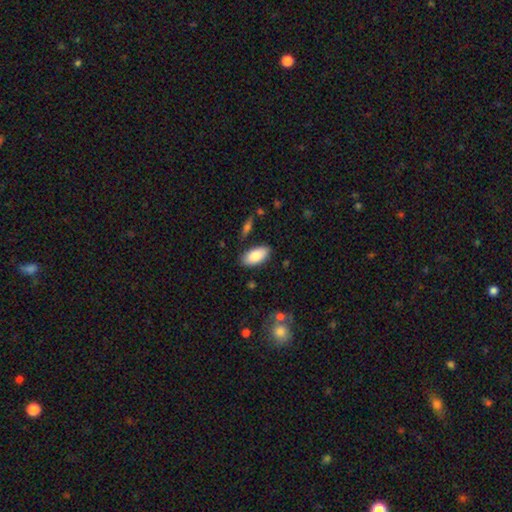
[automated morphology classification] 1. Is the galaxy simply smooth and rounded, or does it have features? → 85% smooth, 9% featured or disk, 6% star or artifact.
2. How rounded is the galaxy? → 93% in between, 5% cigar-shaped, 2% round.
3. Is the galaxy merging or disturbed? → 83% none, 12% minor disturbance, 3% merger, 3% major disturbance.